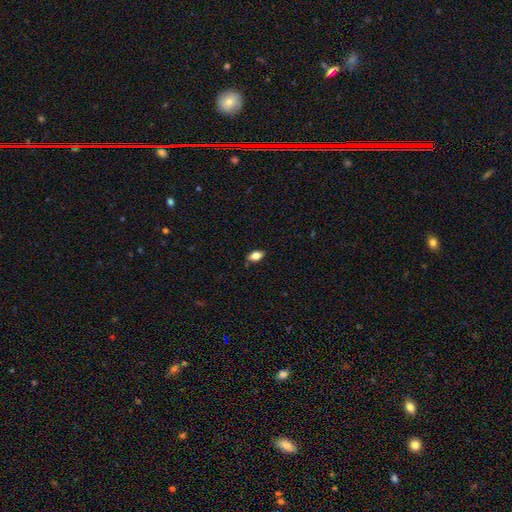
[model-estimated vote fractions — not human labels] Overall: smooth (82%). How rounded: in between (89%). Merging: none (86%).